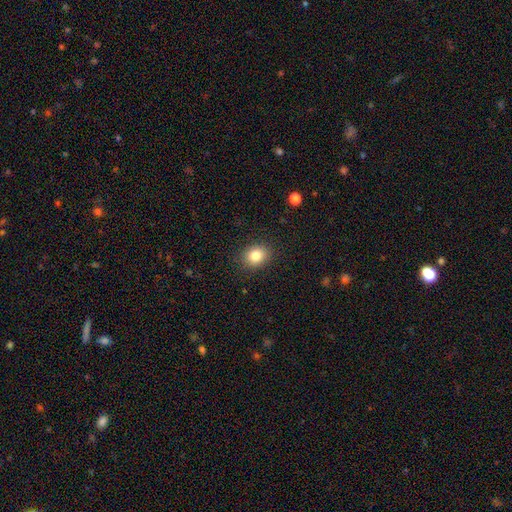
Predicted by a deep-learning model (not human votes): Morphology: type=smooth (82%); roundness=round (58%); merging=none (89%).